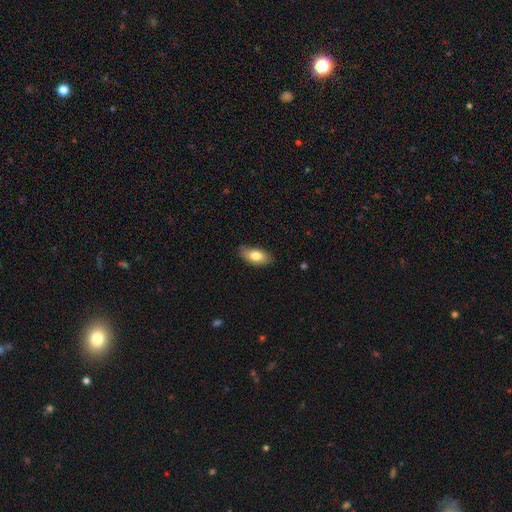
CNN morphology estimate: A smooth galaxy with no disk features (79%) that is in between round and cigar-shaped (90%).

Vote fractions:
- Smooth or featured? smooth: 79% / featured or disk: 15% / star or artifact: 7%
- How rounded? in between: 90% / cigar-shaped: 6% / round: 3%
- Merging? none: 79% / minor disturbance: 17% / major disturbance: 3% / merger: 1%